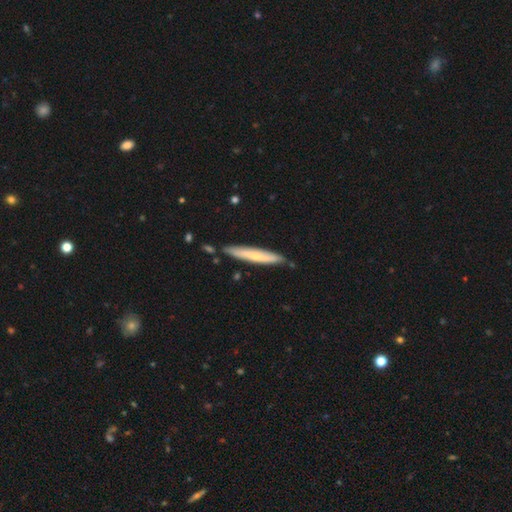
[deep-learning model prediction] smooth 58%, featured or disk 37%, star or artifact 5%. Down the decision tree: how rounded — cigar-shaped (94%); merging — none (83%).